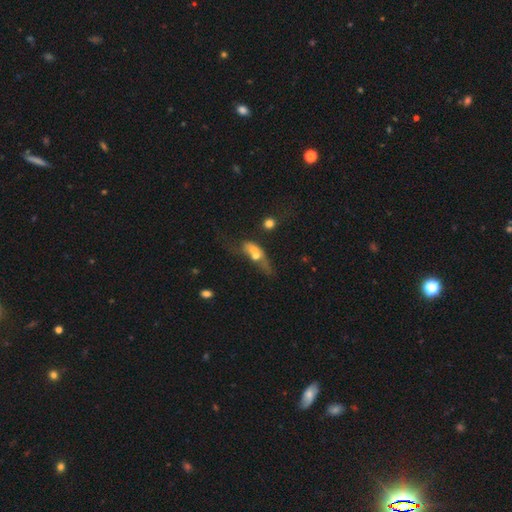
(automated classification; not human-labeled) Smooth or featured? smooth (53%)
How rounded? in between (58%)
Merging? merger (58%)